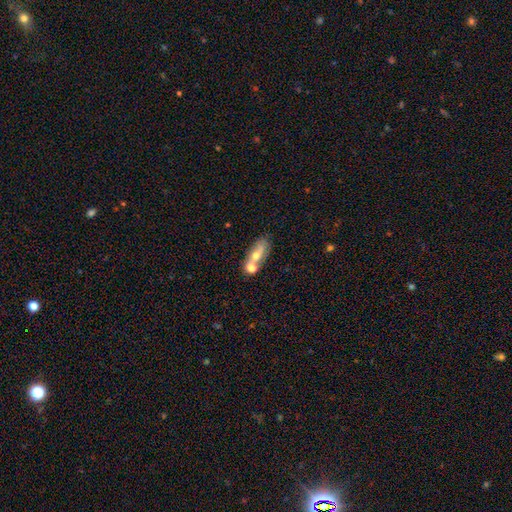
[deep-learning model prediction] Q: Smooth or featured?
A: smooth (57%); runner-up: featured or disk (33%)
Q: How rounded?
A: in between (65%); runner-up: cigar-shaped (20%)
Q: Merging?
A: merger (43%); runner-up: none (38%)